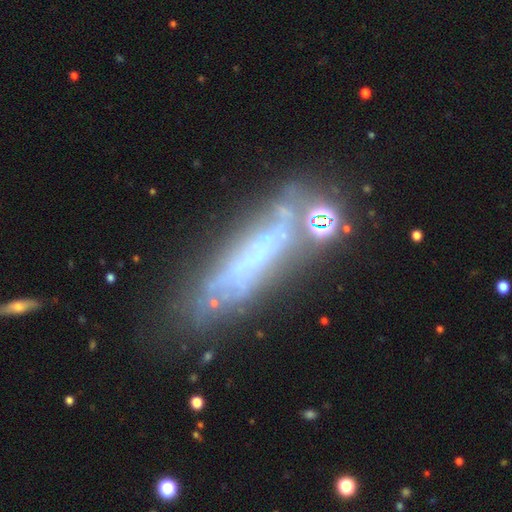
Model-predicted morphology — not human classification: Smooth or featured? Predicted: featured or disk (p=0.57). Edge-on disk? Predicted: yes (p=0.53). Merging? Predicted: none (p=0.56).